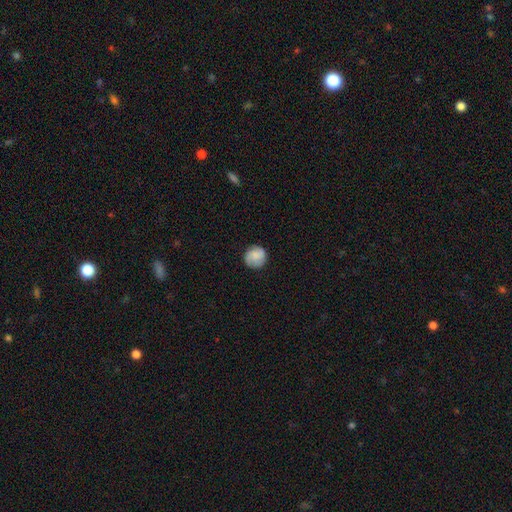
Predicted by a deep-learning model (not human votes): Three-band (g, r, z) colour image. It shows a smooth galaxy with no disk features (70%) that is round (91%). Merging: none (85%).